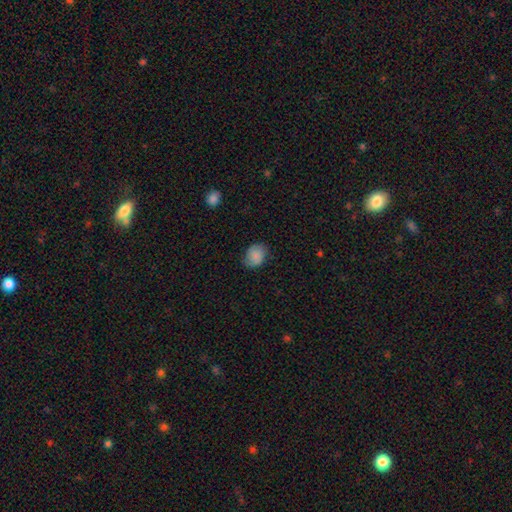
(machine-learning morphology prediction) Smooth or featured? Predicted: smooth (p=0.83). How rounded? Predicted: in between (p=0.56). Merging? Predicted: none (p=0.70).